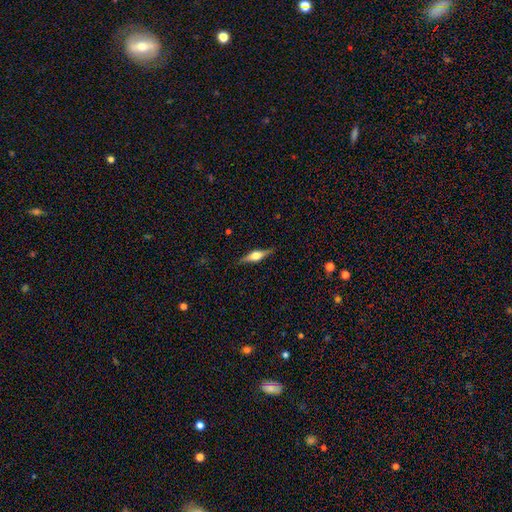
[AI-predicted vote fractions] The model was most divided on "smooth or featured": featured or disk: 69%, smooth: 25%, star or artifact: 6%. More confident: edge-on disk — yes (96%); edge-on bulge — rounded (91%); merging — none (86%).